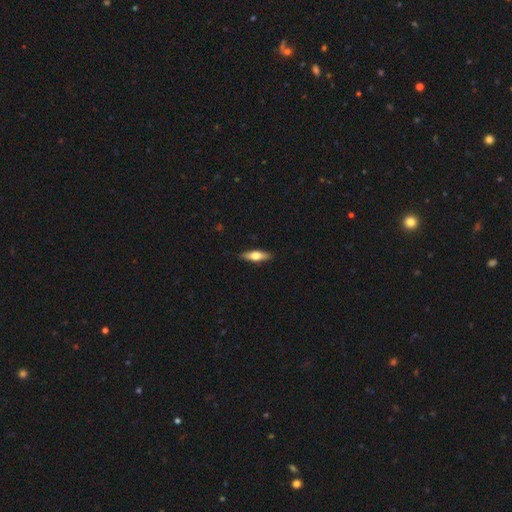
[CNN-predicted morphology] Smooth or featured?
  - smooth: 59% *
  - featured or disk: 35%
  - star or artifact: 6%
How rounded?
  - cigar-shaped: 52% *
  - in between: 46%
  - round: 2%
Merging?
  - none: 89% *
  - minor disturbance: 9%
  - major disturbance: 2%
  - merger: 1%